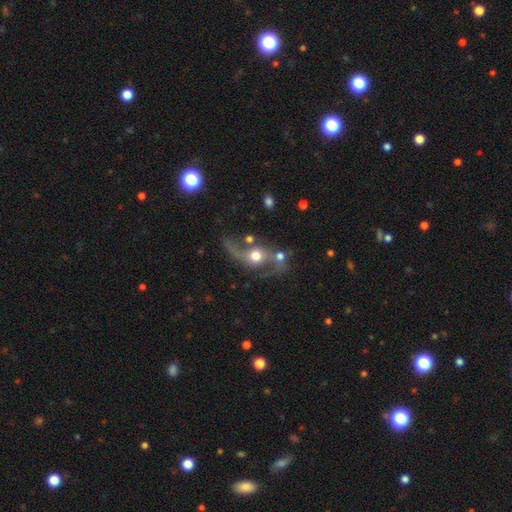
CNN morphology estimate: smooth_or_featured: featured or disk (p=0.67) [alt: smooth p=0.24]
disk_edge_on: no (p=0.92) [alt: yes p=0.08]
bar: no (p=0.72) [alt: weak p=0.21]
has_spiral_arms: yes (p=0.83) [alt: no p=0.17]
spiral_winding: loose (p=0.84) [alt: medium p=0.12]
spiral_arm_count: 2 (p=0.89) [alt: 1 p=0.06]
bulge_size: moderate (p=0.57) [alt: large p=0.28]
merging: none (p=0.46) [alt: merger p=0.21]